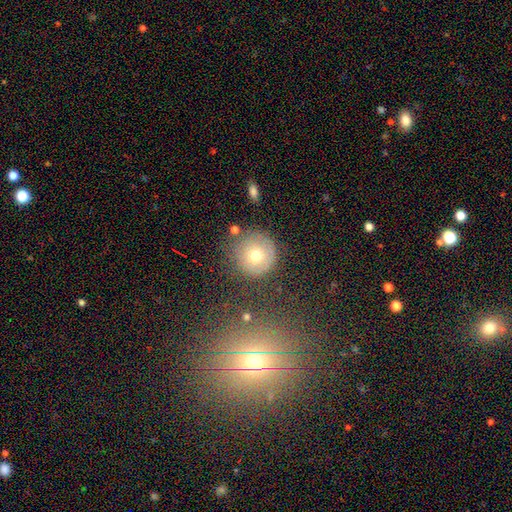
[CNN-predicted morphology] Smooth or featured? Predicted: smooth (p=0.68). How rounded? Predicted: round (p=0.94). Merging? Predicted: none (p=0.73).